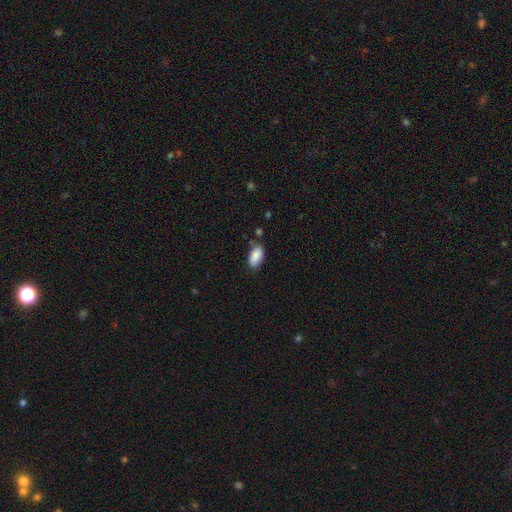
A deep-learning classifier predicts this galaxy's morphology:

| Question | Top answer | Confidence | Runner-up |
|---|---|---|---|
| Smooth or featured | smooth | 87% | star or artifact (7%) |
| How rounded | in between | 93% | cigar-shaped (4%) |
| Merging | none | 69% | minor disturbance (22%) |